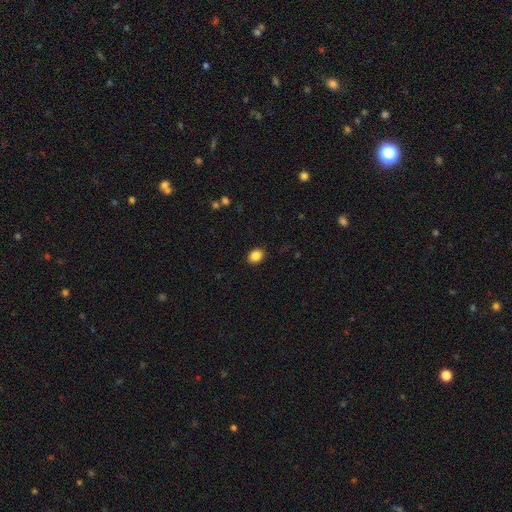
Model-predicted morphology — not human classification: A smooth galaxy with no disk features (87%) that is in between round and cigar-shaped (56%).

Vote fractions:
- Smooth or featured? smooth: 87% / star or artifact: 9% / featured or disk: 4%
- How rounded? in between: 56% / round: 43% / cigar-shaped: 1%
- Merging? none: 89% / minor disturbance: 7% / major disturbance: 2% / merger: 1%